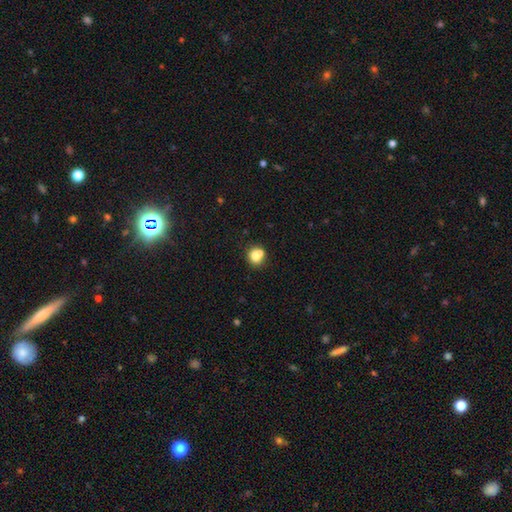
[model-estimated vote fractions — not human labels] This is likely a smooth galaxy (76%). How rounded: likely round (77%). Merging: possibly none (49%).